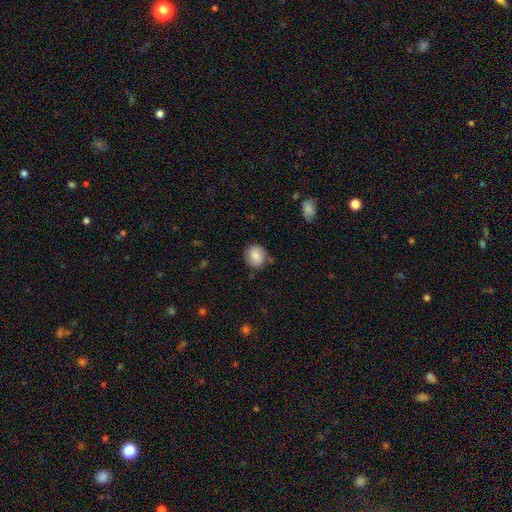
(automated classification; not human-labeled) Smooth or featured: smooth — 78% (featured or disk — 14%)
How rounded: round — 77% (in between — 22%)
Merging: none — 76% (minor disturbance — 17%)